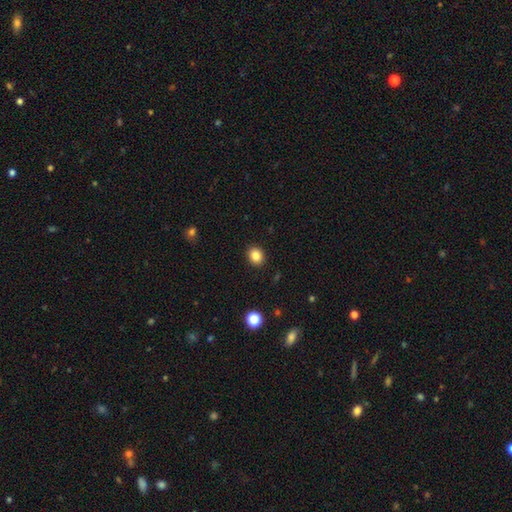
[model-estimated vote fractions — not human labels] A smooth galaxy with no disk features (85%) that is round (66%).

Vote fractions:
- Smooth or featured? smooth: 85% / star or artifact: 10% / featured or disk: 5%
- How rounded? round: 66% / in between: 33% / cigar-shaped: 1%
- Merging? none: 91% / minor disturbance: 6% / major disturbance: 2% / merger: 1%